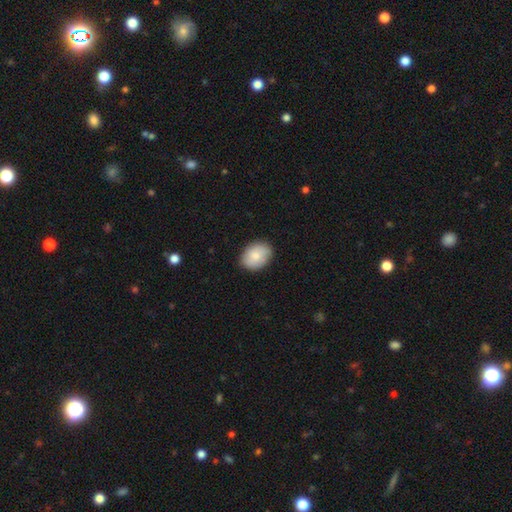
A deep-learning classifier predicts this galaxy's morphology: smooth_or_featured: smooth (p=0.84) [alt: featured or disk p=0.10]
how_rounded: in between (p=0.70) [alt: round p=0.29]
merging: none (p=0.85) [alt: minor disturbance p=0.12]